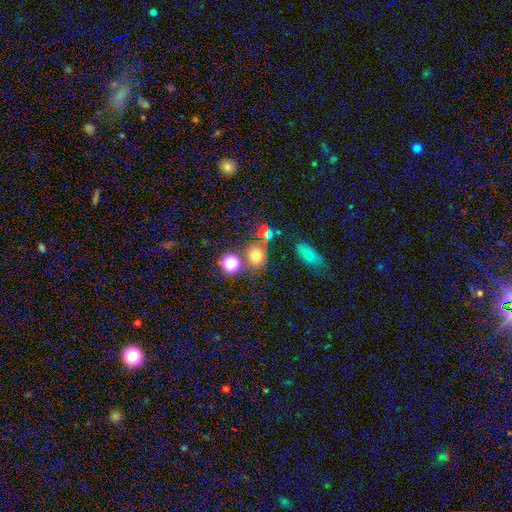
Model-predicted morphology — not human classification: A smooth galaxy with no disk features (69%) that is round (65%).

Vote fractions:
- Smooth or featured? smooth: 69% / star or artifact: 21% / featured or disk: 10%
- How rounded? round: 65% / in between: 33% / cigar-shaped: 1%
- Merging? none: 69% / merger: 15% / minor disturbance: 11% / major disturbance: 5%